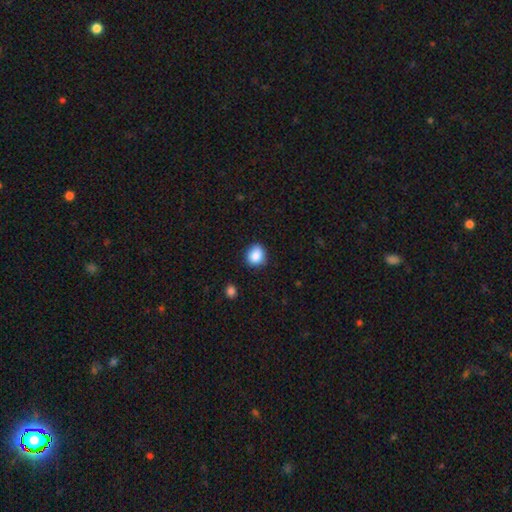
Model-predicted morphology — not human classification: smooth 87%, star or artifact 9%, featured or disk 4%. Down the decision tree: how rounded — round (70%); merging — none (85%).